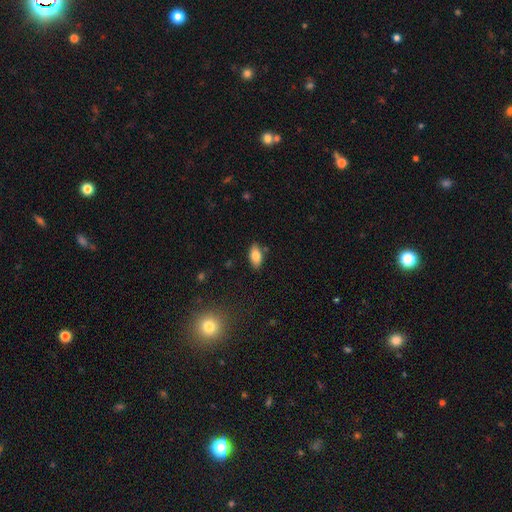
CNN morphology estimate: smooth-or-featured: smooth: 82% | featured or disk: 11% | star or artifact: 8%
  how-rounded: in between: 92% | cigar-shaped: 5% | round: 3%
  merging: none: 84% | minor disturbance: 11% | merger: 3% | major disturbance: 2%